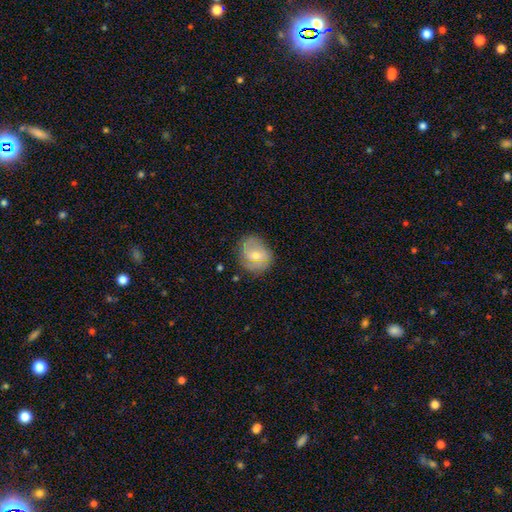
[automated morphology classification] Smooth or featured?
  - featured or disk: 49% *
  - smooth: 43%
  - star or artifact: 8%
Merging?
  - none: 72% *
  - minor disturbance: 20%
  - major disturbance: 6%
  - merger: 2%